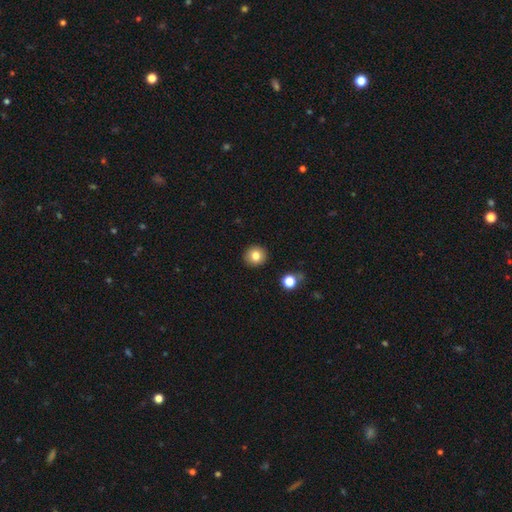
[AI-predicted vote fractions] smooth 81%, star or artifact 11%, featured or disk 9%. Down the decision tree: how rounded — round (91%); merging — none (91%).